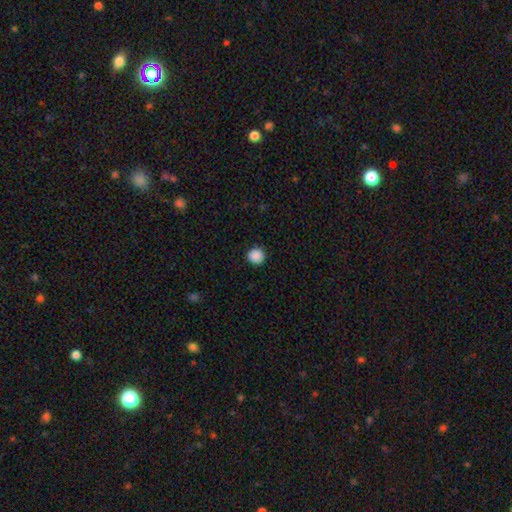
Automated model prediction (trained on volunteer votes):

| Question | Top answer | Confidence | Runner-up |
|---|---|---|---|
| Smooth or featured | smooth | 89% | star or artifact (9%) |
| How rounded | round | 93% | in between (6%) |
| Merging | none | 92% | minor disturbance (5%) |